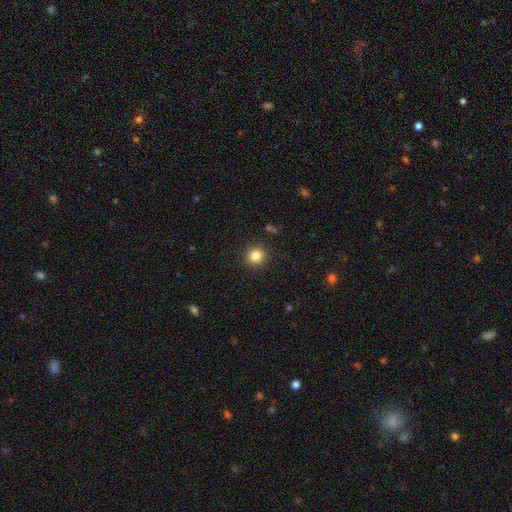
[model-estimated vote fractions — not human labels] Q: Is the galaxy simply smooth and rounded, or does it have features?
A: smooth — 84%.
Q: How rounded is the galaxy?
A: round — 94%.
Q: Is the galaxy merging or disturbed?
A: none — 91%.